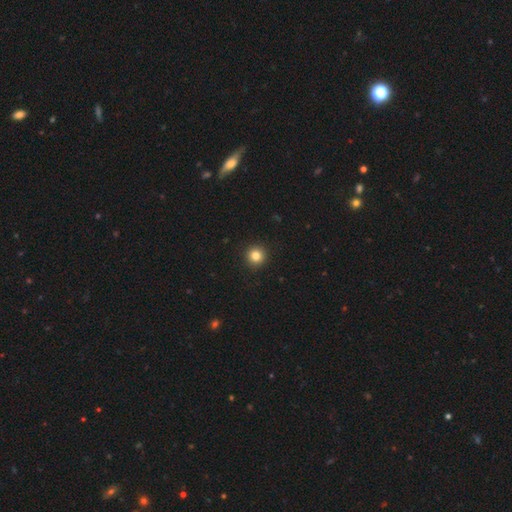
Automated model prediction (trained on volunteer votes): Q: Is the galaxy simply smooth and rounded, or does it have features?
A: smooth — 83%.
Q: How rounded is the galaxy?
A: round — 95%.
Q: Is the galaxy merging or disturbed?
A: none — 93%.